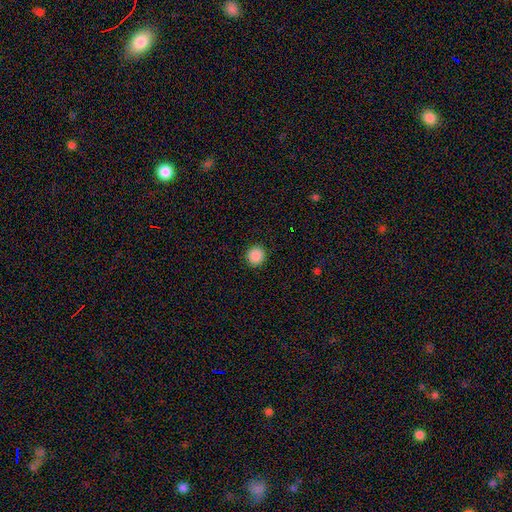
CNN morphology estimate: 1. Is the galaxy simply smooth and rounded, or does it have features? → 88% smooth, 9% star or artifact, 2% featured or disk.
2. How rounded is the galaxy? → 94% round, 5% in between, 1% cigar-shaped.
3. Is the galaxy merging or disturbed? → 93% none, 4% minor disturbance, 2% major disturbance, 1% merger.